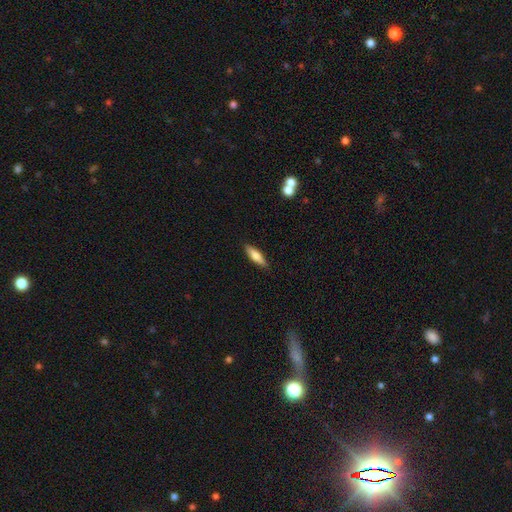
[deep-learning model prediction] A smooth galaxy with no disk features (67%) that is cigar-shaped (62%). Merging: none (89%).